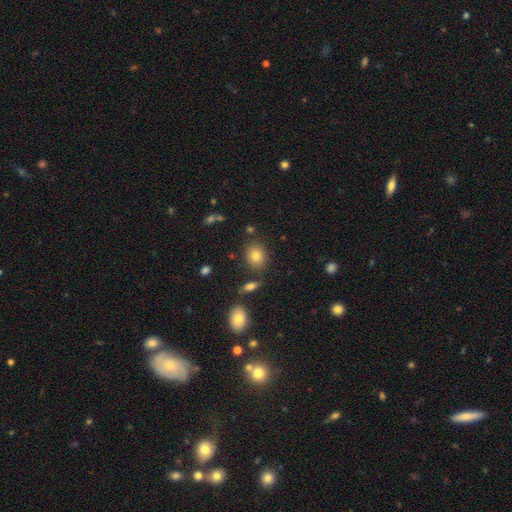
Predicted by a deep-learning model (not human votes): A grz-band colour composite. It shows a smooth galaxy with no disk features (81%) that is round (58%). Merging: none (82%).